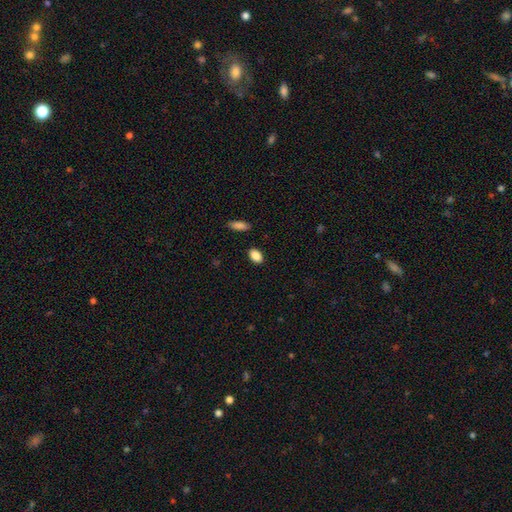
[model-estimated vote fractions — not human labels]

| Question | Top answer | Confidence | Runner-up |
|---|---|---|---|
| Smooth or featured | smooth | 89% | star or artifact (8%) |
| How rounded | in between | 88% | round (10%) |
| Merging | none | 88% | minor disturbance (8%) |